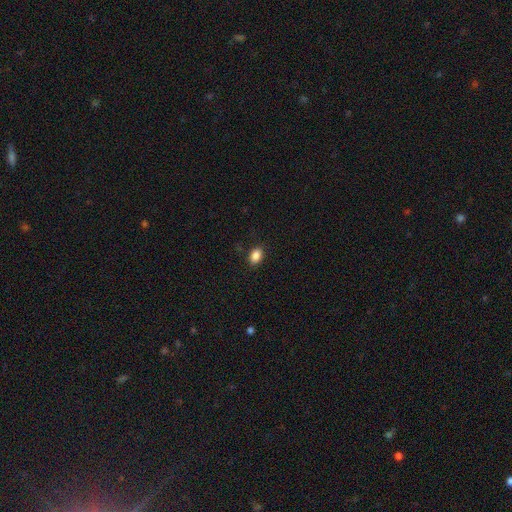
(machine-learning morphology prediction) Smooth or featured: smooth — 87% (star or artifact — 9%)
How rounded: in between — 84% (round — 15%)
Merging: none — 86% (minor disturbance — 10%)